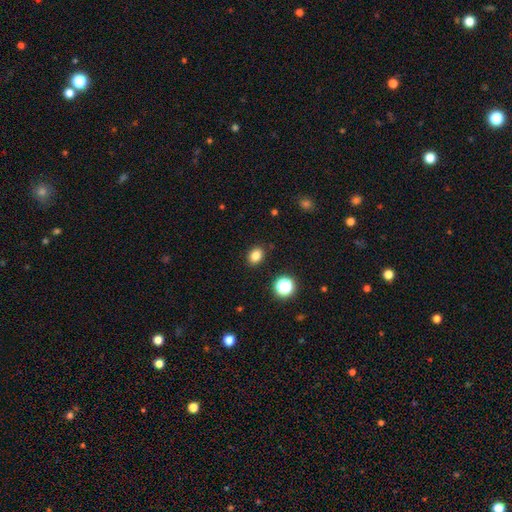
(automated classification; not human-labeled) Smooth or featured? smooth (82%)
How rounded? in between (58%)
Merging? none (88%)